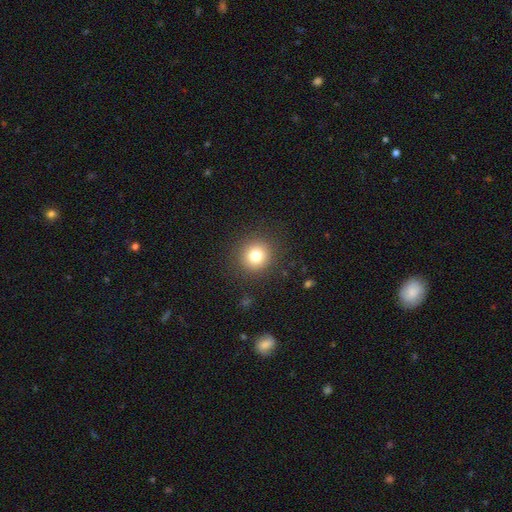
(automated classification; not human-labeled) A smooth galaxy with no disk features (80%) that is round (92%).

Vote fractions:
- Smooth or featured? smooth: 80% / star or artifact: 12% / featured or disk: 8%
- How rounded? round: 92% / in between: 7% / cigar-shaped: 1%
- Merging? none: 90% / minor disturbance: 6% / major disturbance: 3% / merger: 1%